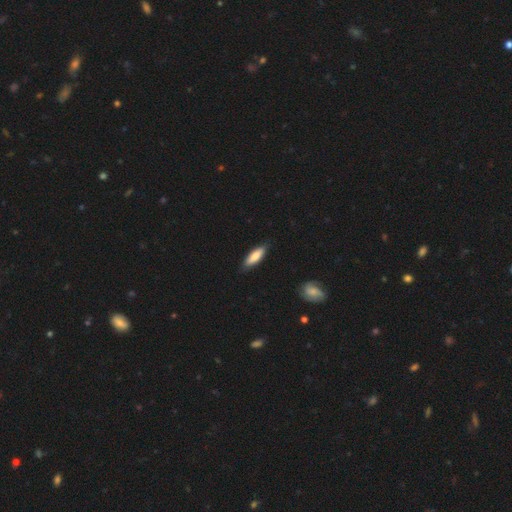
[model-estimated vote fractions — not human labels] Smooth or featured? smooth (80%)
How rounded? in between (52%)
Merging? none (83%)